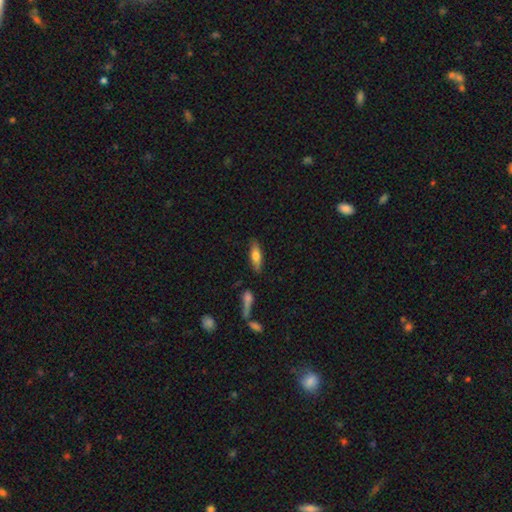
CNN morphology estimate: Smooth or featured? Predicted: smooth (p=0.63). How rounded? Predicted: in between (p=0.51). Merging? Predicted: none (p=0.82).